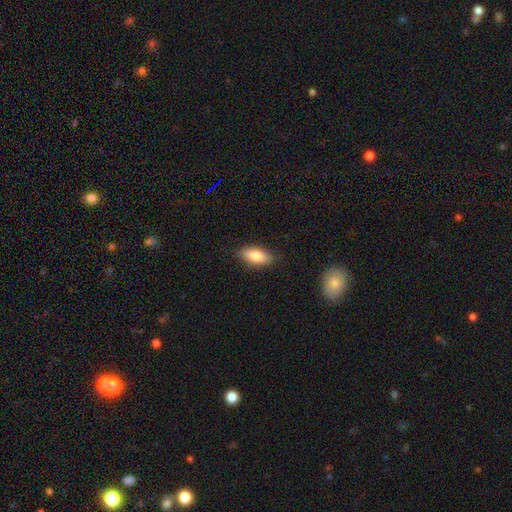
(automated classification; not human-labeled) Q: Smooth or featured?
A: smooth (82%); runner-up: featured or disk (12%)
Q: How rounded?
A: in between (83%); runner-up: cigar-shaped (14%)
Q: Merging?
A: none (85%); runner-up: minor disturbance (11%)